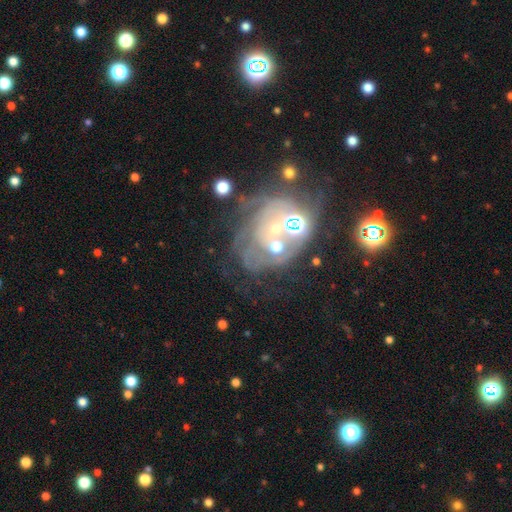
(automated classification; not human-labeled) This appears to be a featured or disk galaxy (65%) with no bar (83%), no spiral arms (50%, tied with yes) and a small central bulge (47%). Merging: merger (34%).